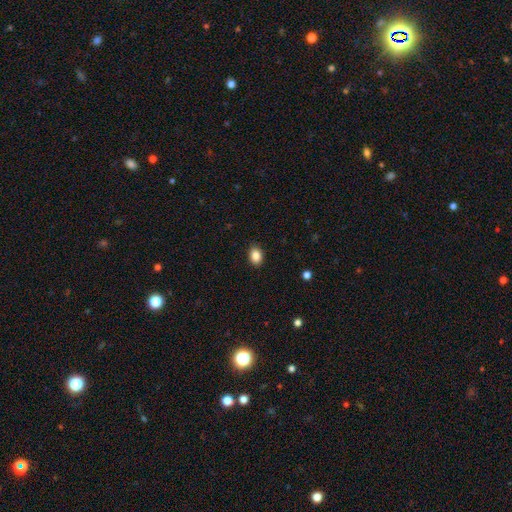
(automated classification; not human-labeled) This is clearly a smooth galaxy (87%). How rounded: likely in between (71%). Merging: clearly none (89%).